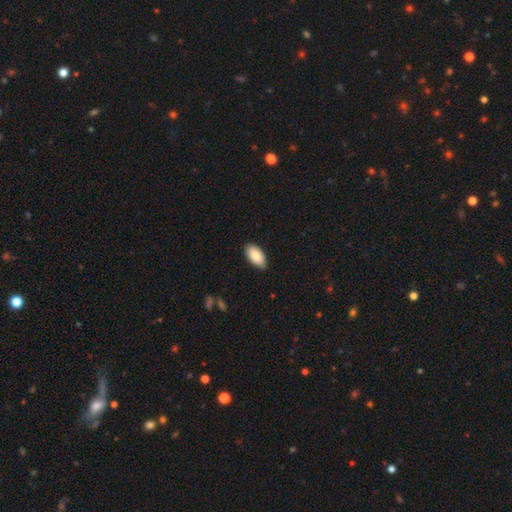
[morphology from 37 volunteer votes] This appears to be a smooth galaxy with no disk features (89%) that is in between round and cigar-shaped (94%). Merging: none (88%).